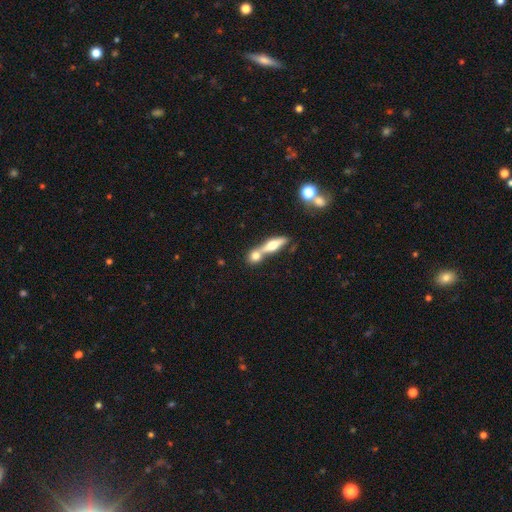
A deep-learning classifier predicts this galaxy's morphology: A smooth galaxy with no disk features (61%) that is round (36%).

Vote fractions:
- Smooth or featured? smooth: 61% / featured or disk: 31% / star or artifact: 8%
- How rounded? round: 36% / in between: 35% / cigar-shaped: 29%
- Merging? merger: 54% / none: 36% / minor disturbance: 7% / major disturbance: 3%